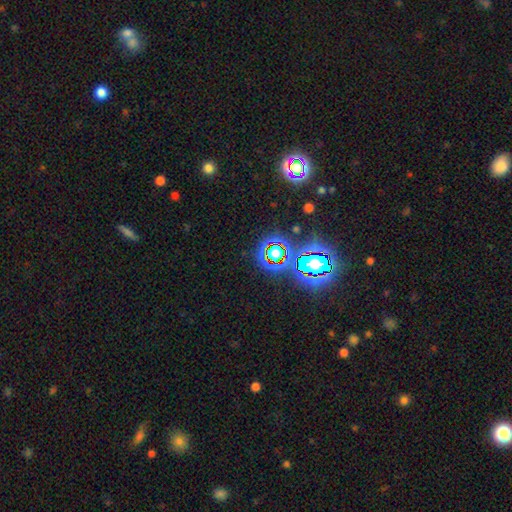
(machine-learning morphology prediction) Smooth or featured?
  - star or artifact: 80% *
  - smooth: 12%
  - featured or disk: 8%